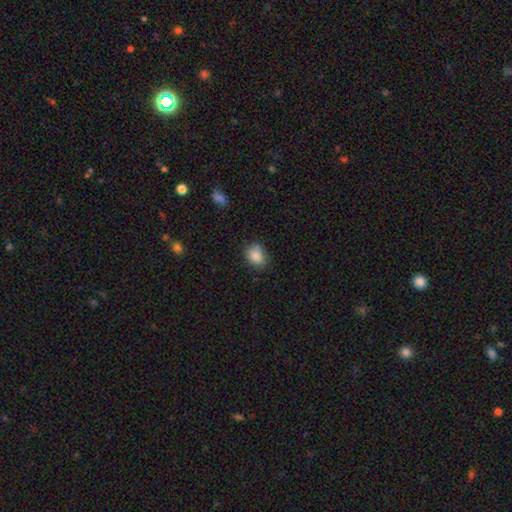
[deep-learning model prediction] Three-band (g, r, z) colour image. It shows a smooth galaxy with no disk features (87%) that is in between round and cigar-shaped (62%). Merging: none (73%).